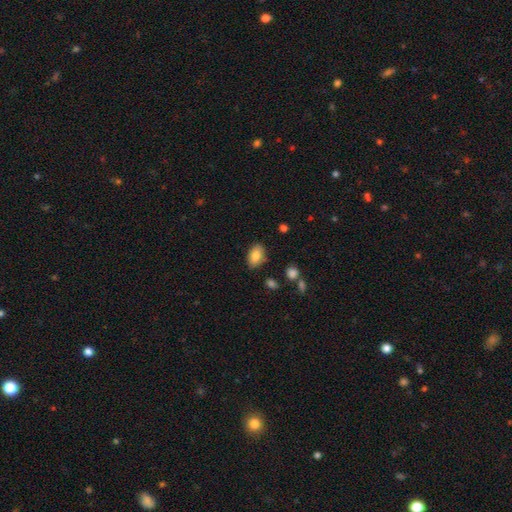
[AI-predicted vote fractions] smooth_or_featured: smooth (p=0.83) [alt: featured or disk p=0.09]
how_rounded: in between (p=0.89) [alt: round p=0.09]
merging: none (p=0.81) [alt: minor disturbance p=0.14]